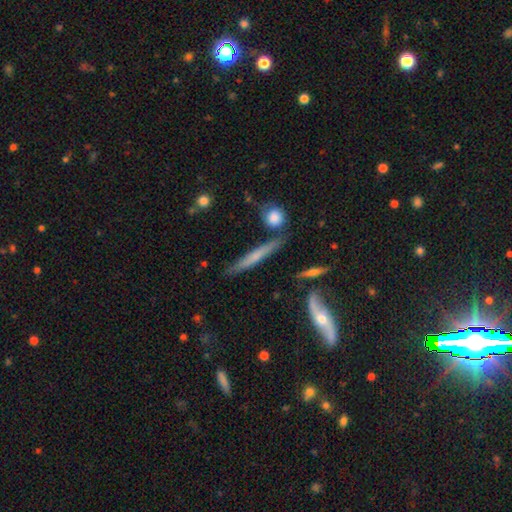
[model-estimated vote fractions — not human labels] Smooth or featured: featured or disk — 48% (smooth — 44%)
Merging: none — 78% (minor disturbance — 13%)